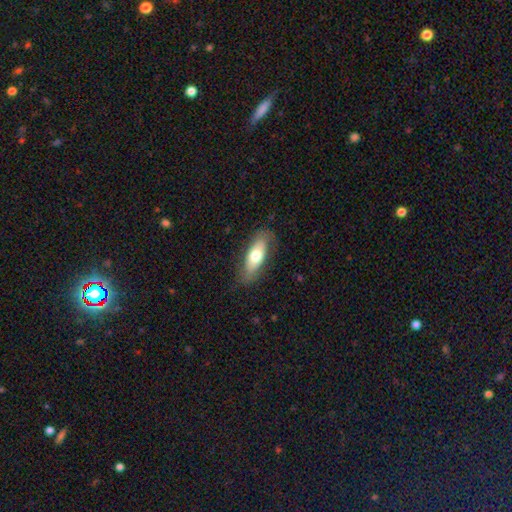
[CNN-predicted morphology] The model was most divided on "smooth or featured": smooth: 64%, featured or disk: 30%, star or artifact: 6%. More confident: merging — none (80%); how rounded — in between (70%).